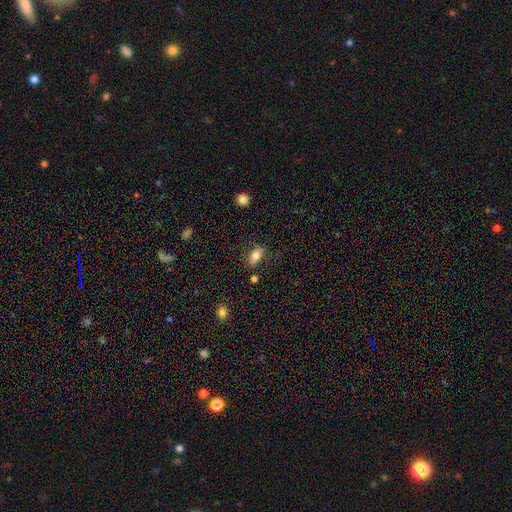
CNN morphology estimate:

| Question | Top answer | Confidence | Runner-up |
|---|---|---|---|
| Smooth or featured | smooth | 72% | featured or disk (19%) |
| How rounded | in between | 83% | cigar-shaped (11%) |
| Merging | none | 74% | minor disturbance (18%) |